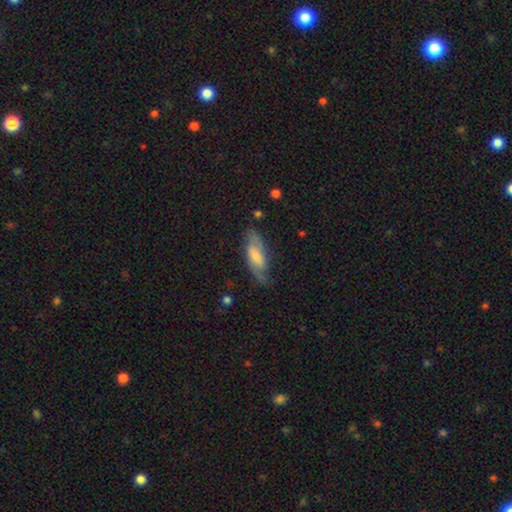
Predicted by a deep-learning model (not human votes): The model was most divided on "smooth or featured": featured or disk: 49%, smooth: 43%, star or artifact: 7%. More confident: merging — none (68%).